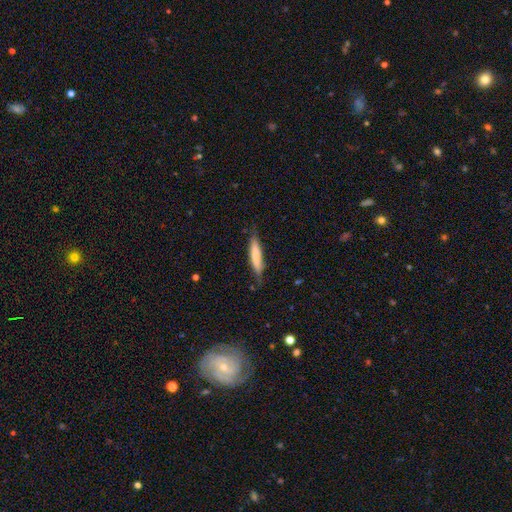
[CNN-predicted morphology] smooth 75%, featured or disk 20%, star or artifact 6%. Down the decision tree: how rounded — cigar-shaped (84%); merging — none (75%).